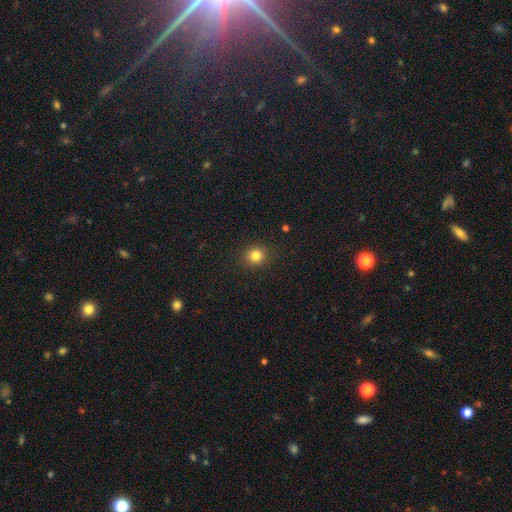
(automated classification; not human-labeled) Smooth or featured? smooth (82%)
How rounded? round (85%)
Merging? none (90%)